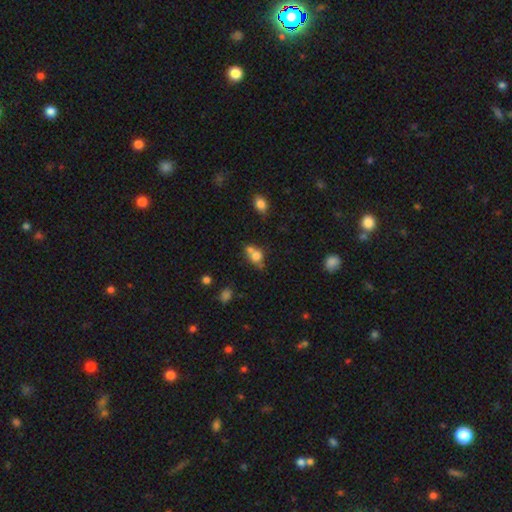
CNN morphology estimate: A smooth galaxy with no disk features (73%) that is round (59%).

Vote fractions:
- Smooth or featured? smooth: 73% / featured or disk: 15% / star or artifact: 12%
- How rounded? round: 59% / in between: 40% / cigar-shaped: 2%
- Merging? merger: 50% / none: 33% / minor disturbance: 12% / major disturbance: 5%